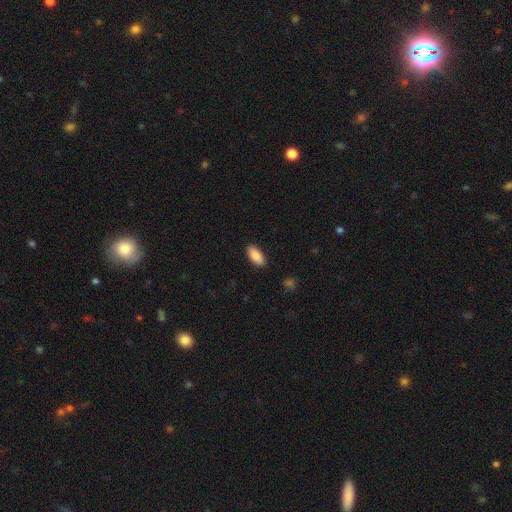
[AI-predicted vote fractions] Overall: smooth (86%). How rounded: in between (87%). Merging: none (89%).